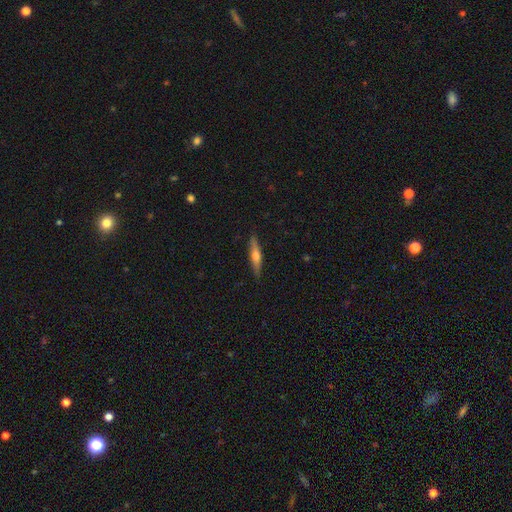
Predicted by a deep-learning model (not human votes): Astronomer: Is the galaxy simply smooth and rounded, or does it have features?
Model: featured or disk — 52% (runner-up: smooth, 42%).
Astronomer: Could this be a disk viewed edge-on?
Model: yes — 95%.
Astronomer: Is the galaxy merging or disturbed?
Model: none — 88%.